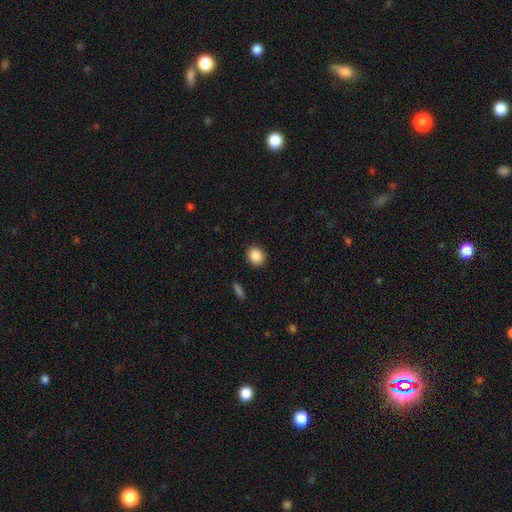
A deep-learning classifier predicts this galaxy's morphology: This appears to be a smooth galaxy with no disk features (86%) that is round (74%). Merging: none (91%).